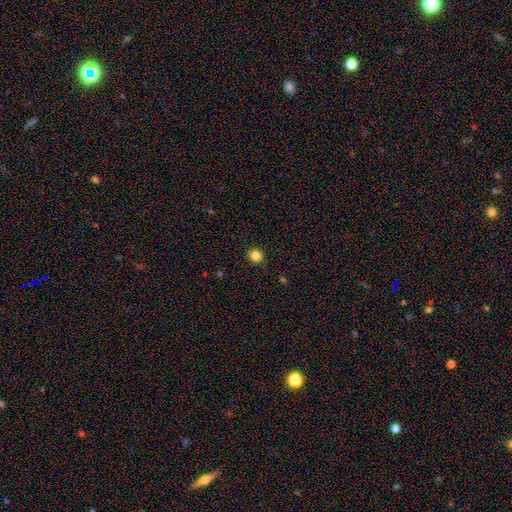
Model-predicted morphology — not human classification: smooth 84%, star or artifact 12%, featured or disk 4%. Down the decision tree: how rounded — round (80%); merging — none (90%).